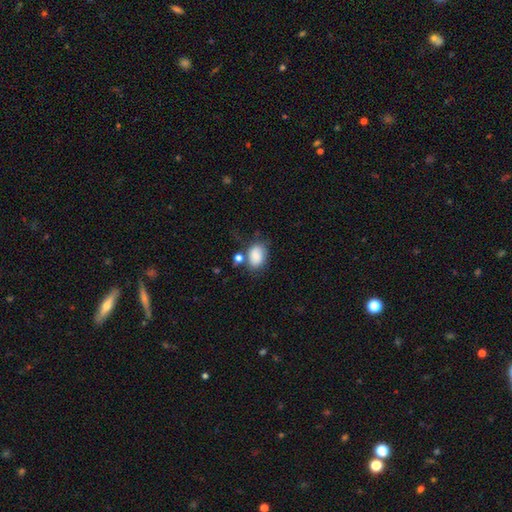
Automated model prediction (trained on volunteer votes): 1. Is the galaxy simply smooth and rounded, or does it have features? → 84% smooth, 8% star or artifact, 8% featured or disk.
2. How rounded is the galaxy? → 78% in between, 21% round, 1% cigar-shaped.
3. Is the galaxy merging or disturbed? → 57% none, 21% minor disturbance, 14% merger, 8% major disturbance.